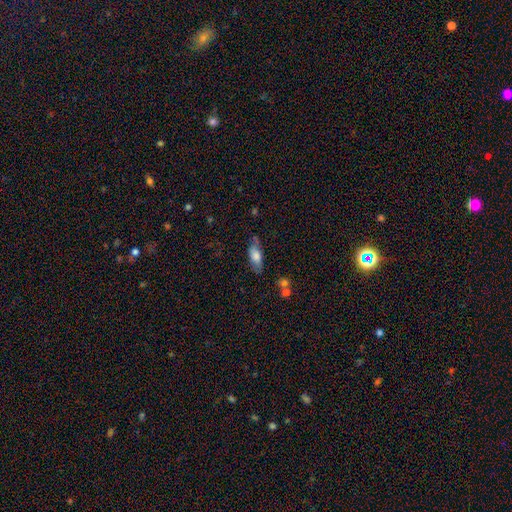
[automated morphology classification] smooth_or_featured: smooth (p=0.70) [alt: featured or disk p=0.23]
how_rounded: in between (p=0.75) [alt: cigar-shaped p=0.23]
merging: none (p=0.63) [alt: minor disturbance p=0.25]